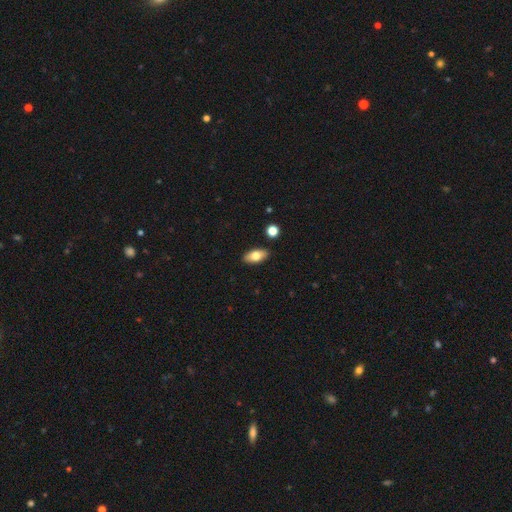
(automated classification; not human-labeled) This appears to be a smooth galaxy with no disk features (75%) that is in between round and cigar-shaped (89%). Merging: none (88%).